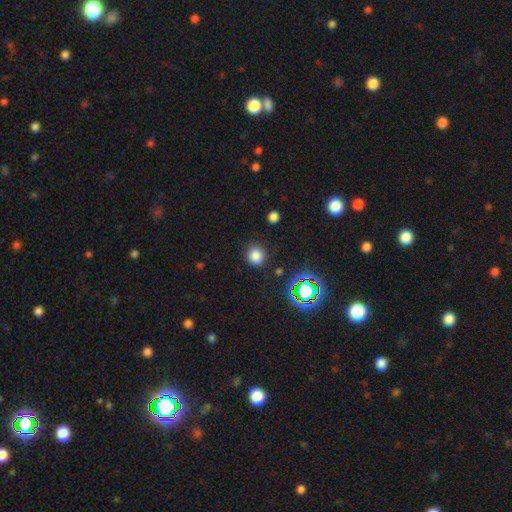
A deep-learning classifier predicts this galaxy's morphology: Smooth or featured? Predicted: smooth (p=0.77). How rounded? Predicted: round (p=0.87). Merging? Predicted: none (p=0.84).